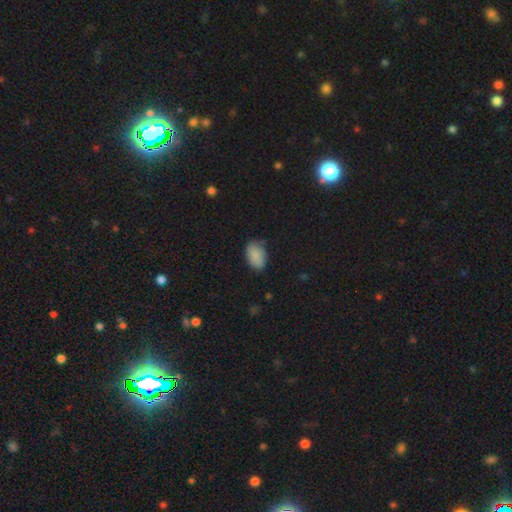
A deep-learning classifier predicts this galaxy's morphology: type=smooth (86%); roundness=in between (89%); merging=none (70%).